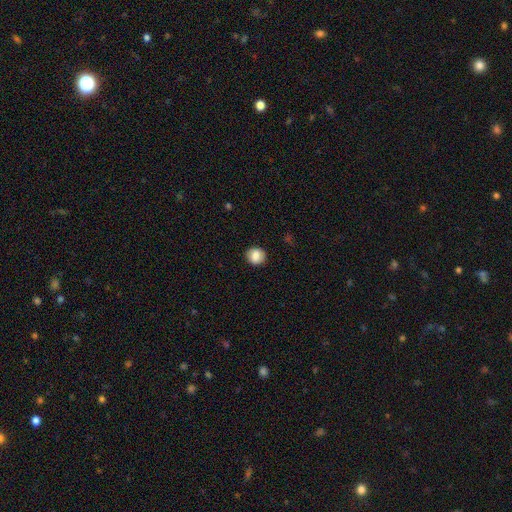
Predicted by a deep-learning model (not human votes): Q: Smooth or featured?
A: smooth (82%); runner-up: featured or disk (9%)
Q: How rounded?
A: round (83%); runner-up: in between (16%)
Q: Merging?
A: none (89%); runner-up: minor disturbance (8%)